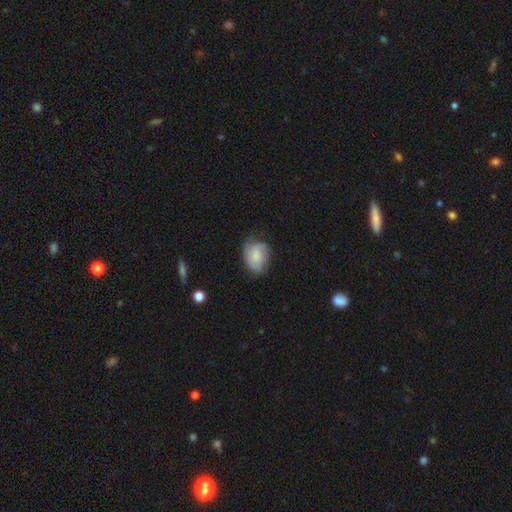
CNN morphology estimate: A smooth galaxy with no disk features (69%) that is in between round and cigar-shaped (64%).

Vote fractions:
- Smooth or featured? smooth: 69% / featured or disk: 23% / star or artifact: 7%
- How rounded? in between: 64% / round: 35% / cigar-shaped: 1%
- Merging? none: 48% / minor disturbance: 35% / major disturbance: 15% / merger: 2%